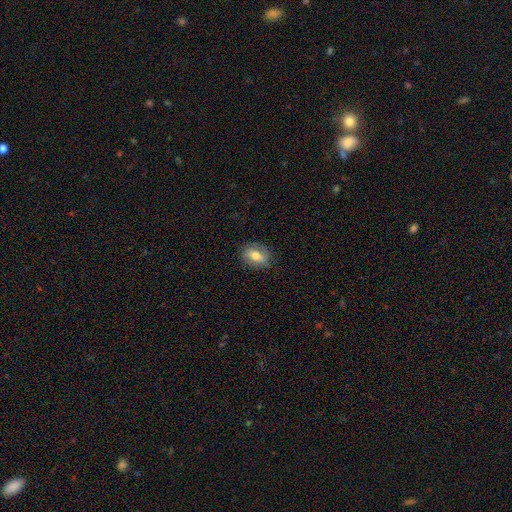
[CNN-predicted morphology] A smooth galaxy with no disk features (64%) that is in between round and cigar-shaped (76%).

Vote fractions:
- Smooth or featured? smooth: 64% / featured or disk: 28% / star or artifact: 8%
- How rounded? in between: 76% / round: 21% / cigar-shaped: 3%
- Merging? none: 79% / minor disturbance: 15% / major disturbance: 4% / merger: 1%